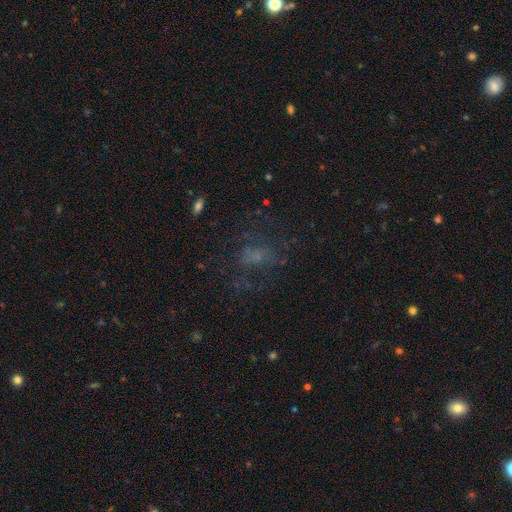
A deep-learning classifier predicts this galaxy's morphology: featured or disk 42%, smooth 34%, star or artifact 23%. Down the decision tree: merging — none (53%).